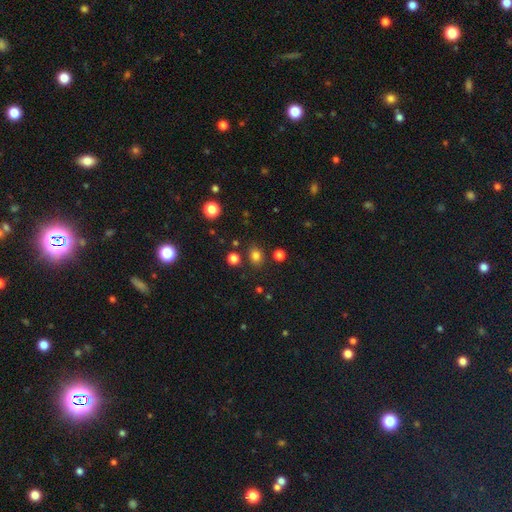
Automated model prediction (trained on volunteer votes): smooth-or-featured: smooth: 80% | star or artifact: 15% | featured or disk: 5%
  how-rounded: round: 59% | in between: 40% | cigar-shaped: 1%
  merging: none: 83% | minor disturbance: 9% | merger: 5% | major disturbance: 3%